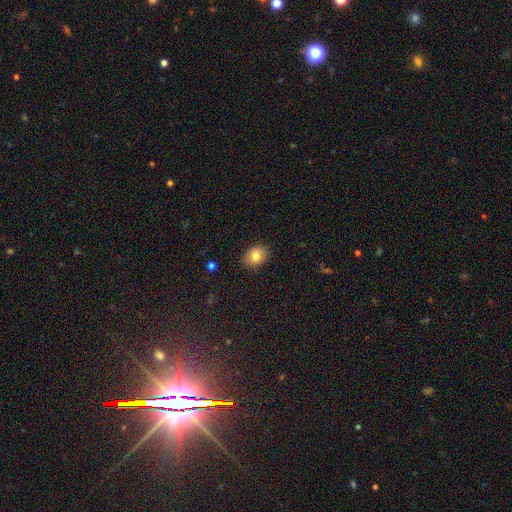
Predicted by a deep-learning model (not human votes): Smooth or featured? smooth (80%)
How rounded? in between (64%)
Merging? none (86%)